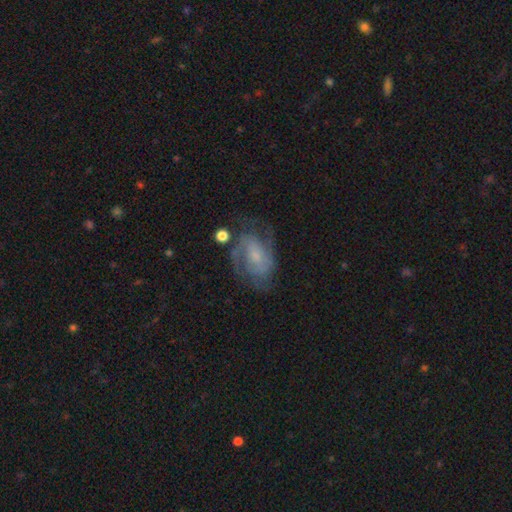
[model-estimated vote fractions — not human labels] Smooth or featured?
  - featured or disk: 81% *
  - smooth: 13%
  - star or artifact: 7%
Edge-on disk?
  - no: 97% *
  - yes: 3%
Bar?
  - no: 47% *
  - weak: 42%
  - strong: 11%
Spiral arms?
  - yes: 94% *
  - no: 6%
Spiral winding?
  - medium: 50% *
  - tight: 35%
  - loose: 15%
Spiral arm count?
  - 2: 65% *
  - can't tell: 14%
  - 3: 12%
  - 1: 3%
  - 4: 3%
  - more than 4: 2%
Bulge size?
  - small: 59% *
  - moderate: 25%
  - none: 12%
  - large: 3%
  - dominant: 1%
Merging?
  - none: 63% *
  - minor disturbance: 20%
  - major disturbance: 14%
  - merger: 4%